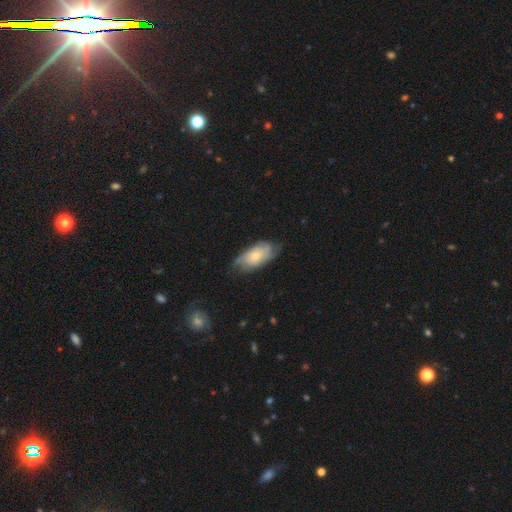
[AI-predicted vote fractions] smooth-or-featured: featured or disk: 53% | smooth: 41% | star or artifact: 6%
  disk-edge-on: no: 91% | yes: 9%
  merging: none: 62% | minor disturbance: 28% | major disturbance: 9% | merger: 1%